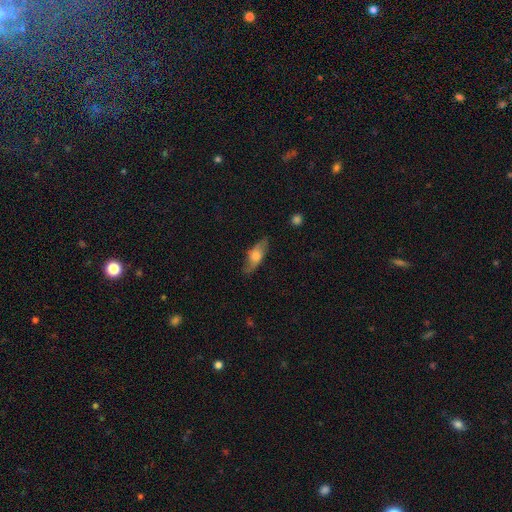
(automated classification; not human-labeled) smooth-or-featured: smooth: 52% | featured or disk: 41% | star or artifact: 7%
  how-rounded: in between: 64% | cigar-shaped: 31% | round: 4%
  merging: none: 76% | minor disturbance: 18% | major disturbance: 5% | merger: 1%